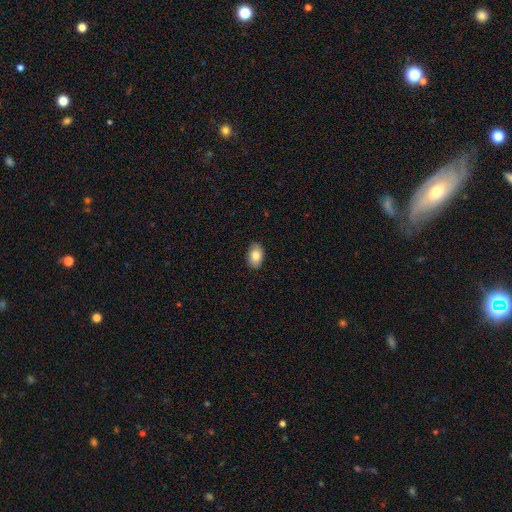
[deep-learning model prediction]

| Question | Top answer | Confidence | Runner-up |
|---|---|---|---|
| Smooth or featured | smooth | 84% | featured or disk (9%) |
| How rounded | in between | 85% | round (14%) |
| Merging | none | 88% | minor disturbance (10%) |